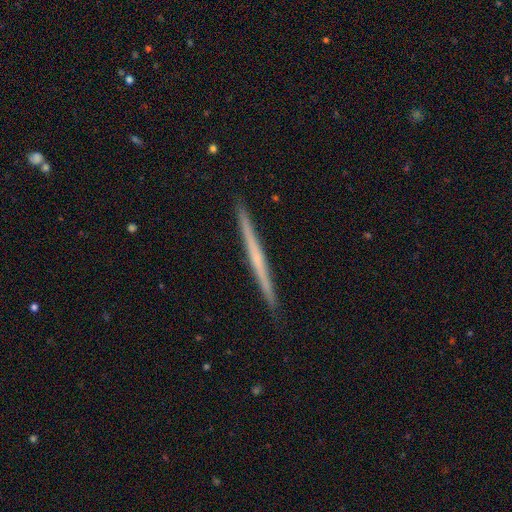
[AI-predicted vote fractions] smooth_or_featured: featured or disk (p=0.62) [alt: smooth p=0.33]
disk_edge_on: yes (p=0.98) [alt: no p=0.02]
edge_on_bulge: none (p=0.82) [alt: rounded p=0.13]
merging: none (p=0.92) [alt: minor disturbance p=0.05]